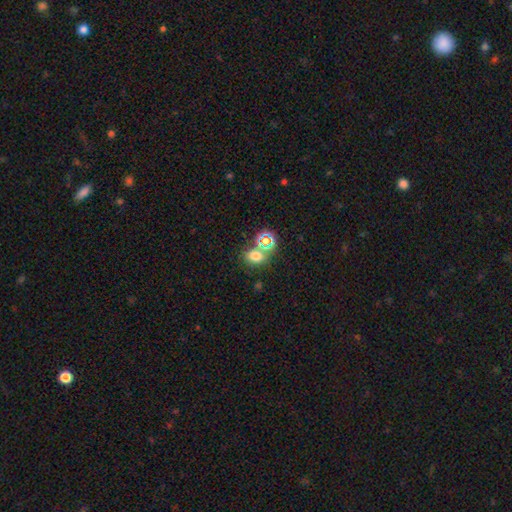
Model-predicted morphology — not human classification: Overall: smooth (67%). How rounded: in between (55%; round 44%). Merging: none (64%).